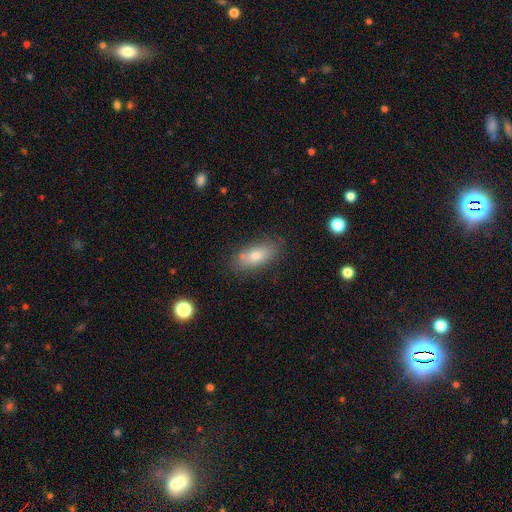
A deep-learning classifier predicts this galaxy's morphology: Smooth or featured: smooth — 72% (featured or disk — 18%)
How rounded: in between — 80% (cigar-shaped — 15%)
Merging: none — 81% (minor disturbance — 12%)